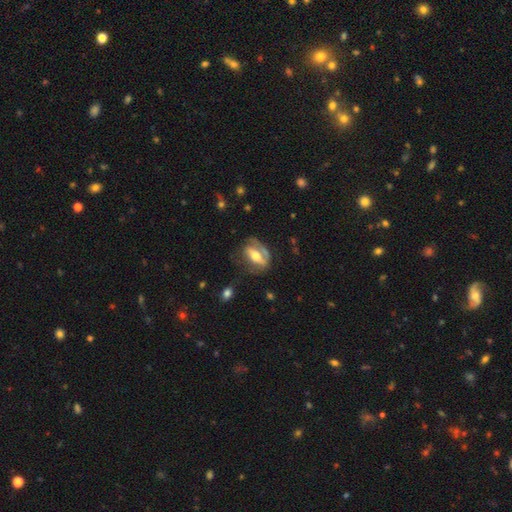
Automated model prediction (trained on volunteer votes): Smooth or featured: featured or disk — 62% (smooth — 32%)
Edge-on disk: no — 84% (yes — 16%)
Bar: strong — 44% (weak — 28%)
Spiral arms: yes — 62% (no — 38%)
Bulge size: moderate — 62% (small — 18%)
Merging: none — 51% (minor disturbance — 24%)